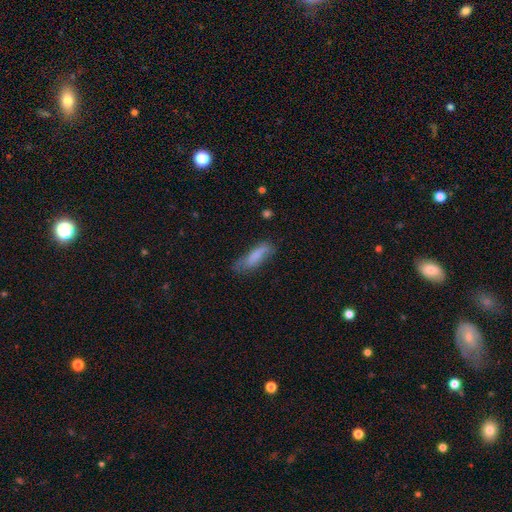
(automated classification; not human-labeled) A smooth galaxy with no disk features (75%) that is cigar-shaped (56%). Merging: none (61%).